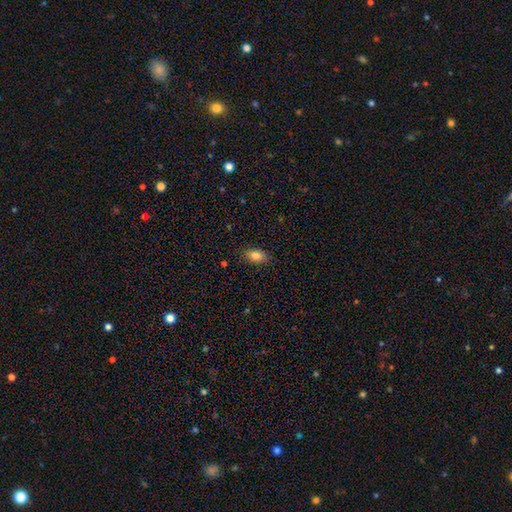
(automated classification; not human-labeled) Overall: smooth (84%). How rounded: in between (88%). Merging: none (85%).